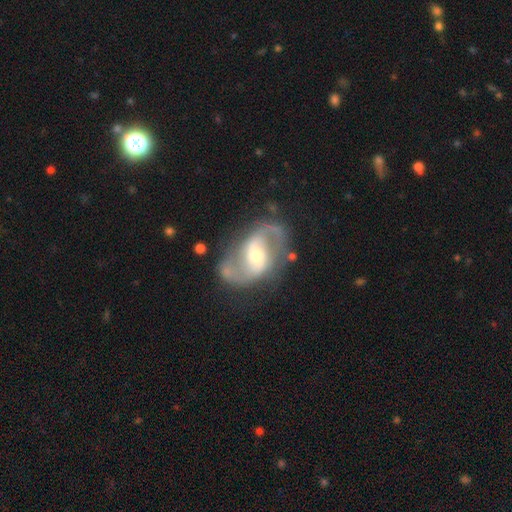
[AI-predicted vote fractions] Q: Smooth or featured?
A: featured or disk (90%); runner-up: smooth (6%)
Q: Edge-on disk?
A: no (98%); runner-up: yes (2%)
Q: Bar?
A: weak (44%); runner-up: strong (30%)
Q: Spiral arms?
A: yes (96%); runner-up: no (4%)
Q: Spiral winding?
A: medium (48%); runner-up: loose (42%)
Q: Spiral arm count?
A: 2 (93%); runner-up: can't tell (2%)
Q: Bulge size?
A: moderate (47%); runner-up: small (45%)
Q: Merging?
A: none (73%); runner-up: minor disturbance (15%)